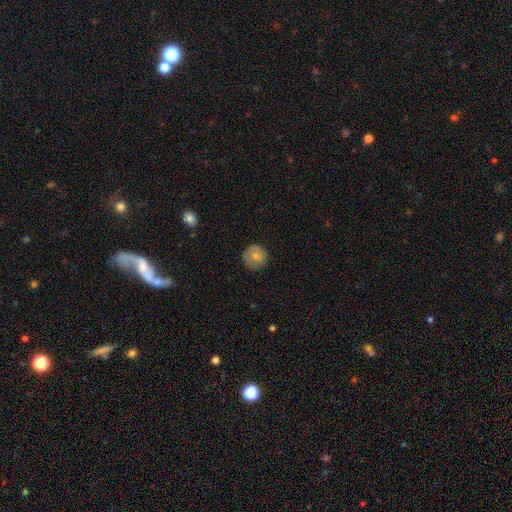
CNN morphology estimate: smooth-or-featured: smooth: 69% | featured or disk: 24% | star or artifact: 7%
  how-rounded: round: 92% | in between: 7% | cigar-shaped: 1%
  merging: none: 79% | minor disturbance: 16% | major disturbance: 4% | merger: 1%